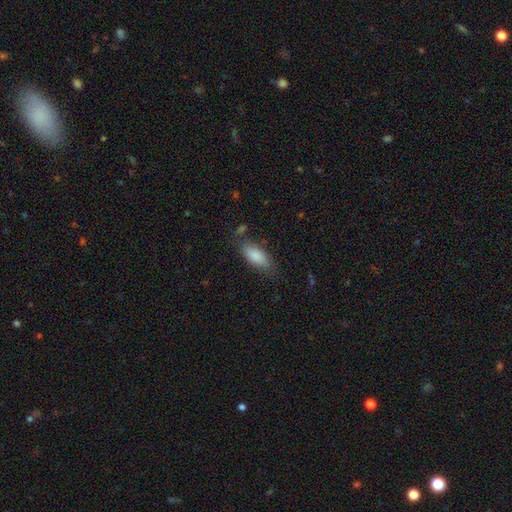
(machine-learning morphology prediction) This appears to be a smooth galaxy with no disk features (86%) that is in between round and cigar-shaped (81%). Merging: none (71%).